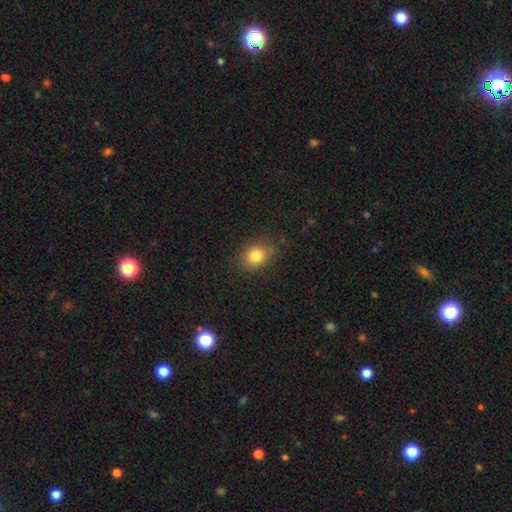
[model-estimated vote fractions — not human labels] Smooth or featured?
  - smooth: 82% *
  - star or artifact: 11%
  - featured or disk: 7%
How rounded?
  - round: 54% *
  - in between: 44%
  - cigar-shaped: 1%
Merging?
  - none: 81% *
  - minor disturbance: 14%
  - major disturbance: 4%
  - merger: 1%